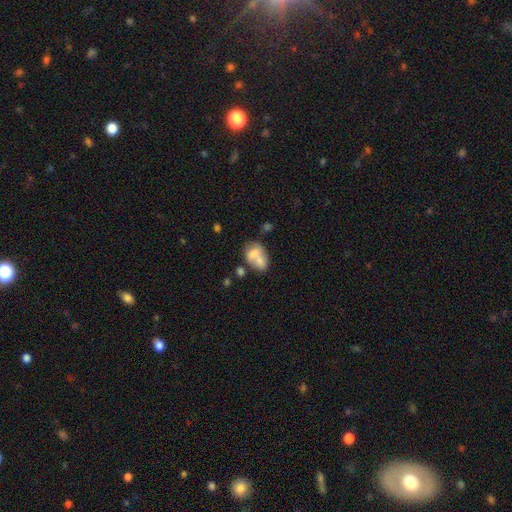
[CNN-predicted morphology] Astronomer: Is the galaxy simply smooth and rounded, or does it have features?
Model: smooth — 65%.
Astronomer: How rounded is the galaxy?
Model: in between — 72%.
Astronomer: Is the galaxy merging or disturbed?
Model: merger — 62%.